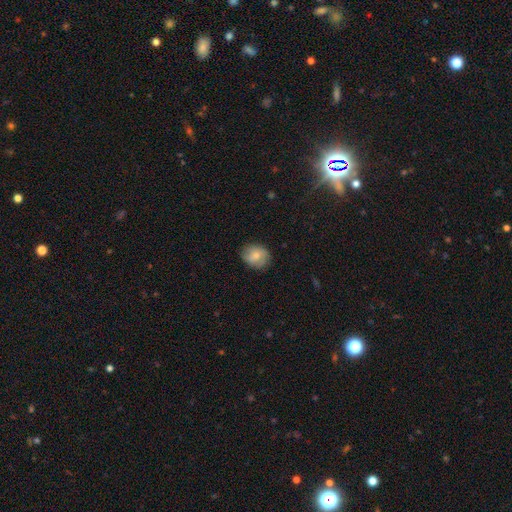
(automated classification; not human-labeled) Morphology: type=smooth (73%); roundness=round (63%); merging=none (80%).